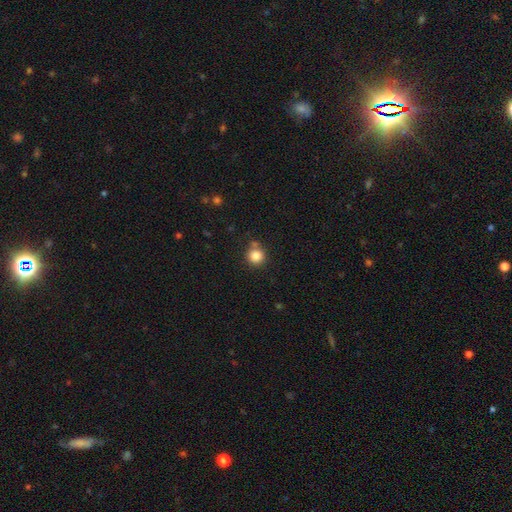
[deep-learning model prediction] smooth_or_featured: smooth (p=0.83) [alt: star or artifact p=0.11]
how_rounded: round (p=0.93) [alt: in between p=0.06]
merging: none (p=0.74) [alt: minor disturbance p=0.11]